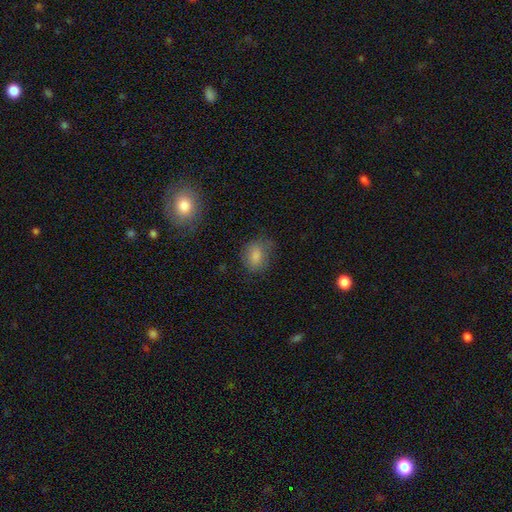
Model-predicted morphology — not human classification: This appears to be a smooth galaxy with no disk features (79%) that is in between round and cigar-shaped (57%). Merging: none (71%).